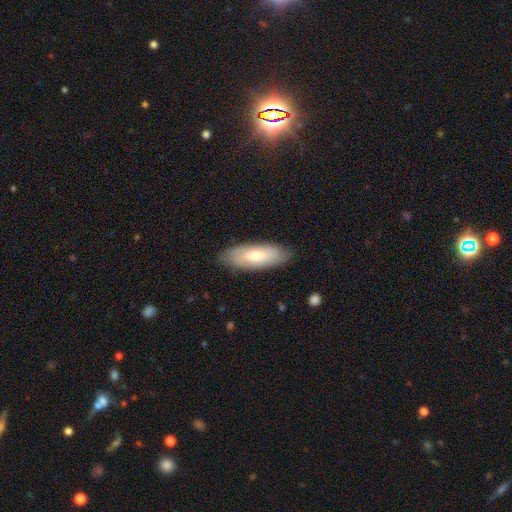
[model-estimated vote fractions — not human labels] The model was most divided on "smooth or featured": smooth: 60%, featured or disk: 34%, star or artifact: 6%. More confident: merging — none (84%); how rounded — in between (68%).